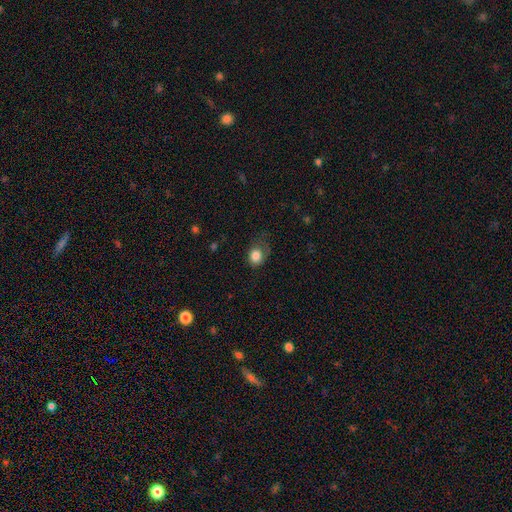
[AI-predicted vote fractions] Smooth or featured? smooth (83%)
How rounded? round (58%)
Merging? none (50%)